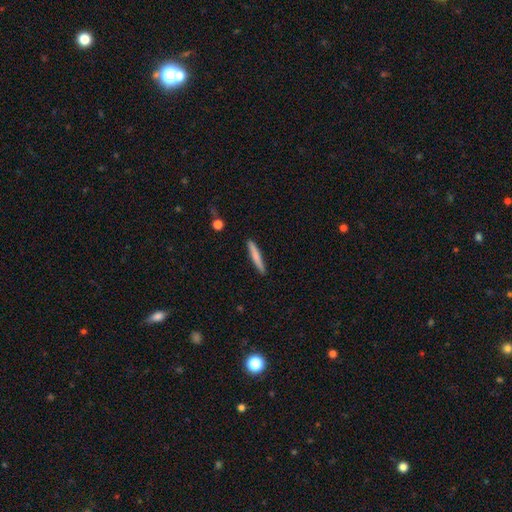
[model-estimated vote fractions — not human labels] smooth-or-featured: smooth: 72% | featured or disk: 22% | star or artifact: 6%
  how-rounded: cigar-shaped: 94% | in between: 4% | round: 1%
  merging: none: 89% | minor disturbance: 8% | merger: 2% | major disturbance: 2%